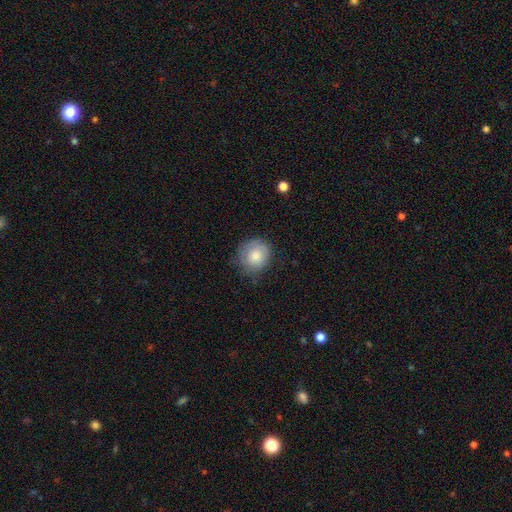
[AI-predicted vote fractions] Smooth or featured: smooth — 71% (featured or disk — 22%)
How rounded: round — 83% (in between — 16%)
Merging: none — 66% (minor disturbance — 25%)